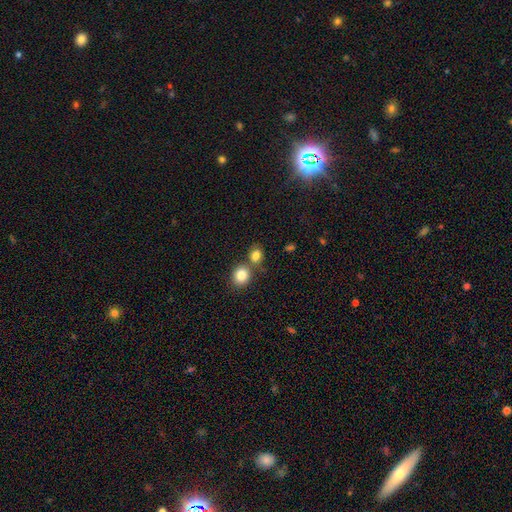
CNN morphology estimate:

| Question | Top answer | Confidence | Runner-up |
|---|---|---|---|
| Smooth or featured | smooth | 82% | star or artifact (11%) |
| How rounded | round | 59% | in between (39%) |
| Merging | none | 53% | merger (35%) |